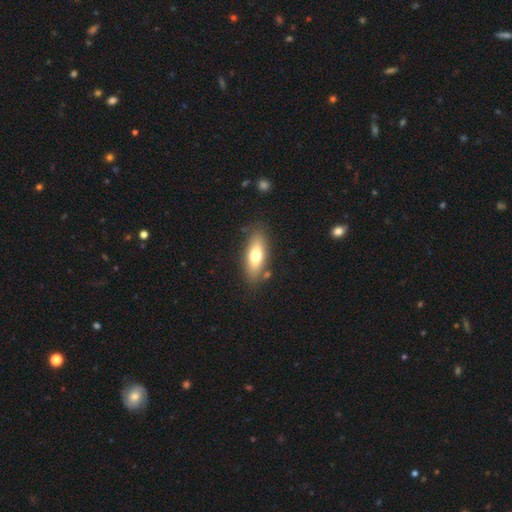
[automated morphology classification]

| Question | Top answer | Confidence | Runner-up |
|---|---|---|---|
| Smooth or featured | smooth | 66% | featured or disk (27%) |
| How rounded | in between | 67% | cigar-shaped (30%) |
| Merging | none | 81% | minor disturbance (12%) |